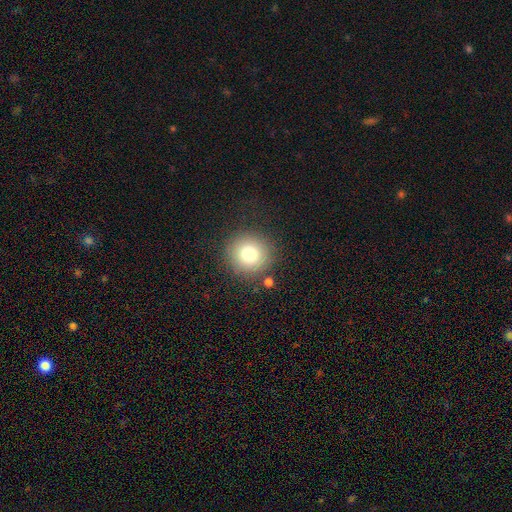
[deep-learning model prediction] This is likely a smooth galaxy (72%). How rounded: clearly round (94%). Merging: clearly none (89%).